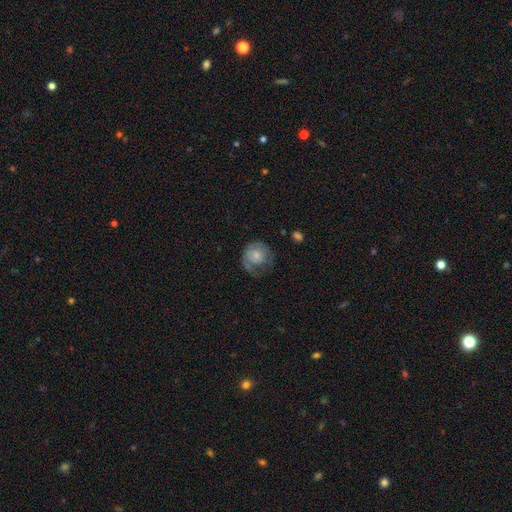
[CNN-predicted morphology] A smooth galaxy with no disk features (54%) that is round (81%).

Vote fractions:
- Smooth or featured? smooth: 54% / featured or disk: 39% / star or artifact: 7%
- How rounded? round: 81% / in between: 18% / cigar-shaped: 1%
- Merging? none: 42% / major disturbance: 30% / minor disturbance: 27% / merger: 2%